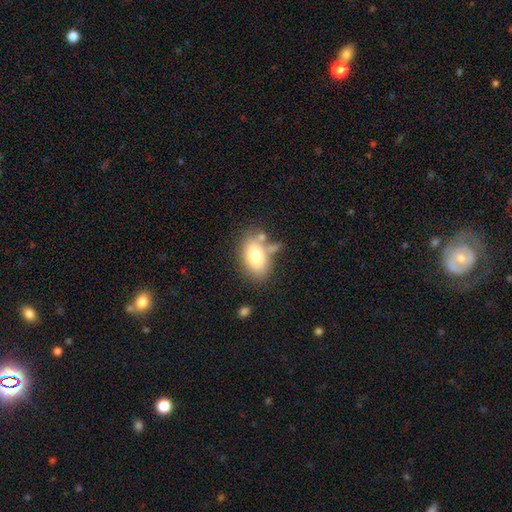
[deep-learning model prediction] A smooth galaxy with no disk features (78%) that is in between round and cigar-shaped (91%).

Vote fractions:
- Smooth or featured? smooth: 78% / featured or disk: 14% / star or artifact: 7%
- How rounded? in between: 91% / round: 6% / cigar-shaped: 2%
- Merging? none: 56% / minor disturbance: 20% / merger: 15% / major disturbance: 9%